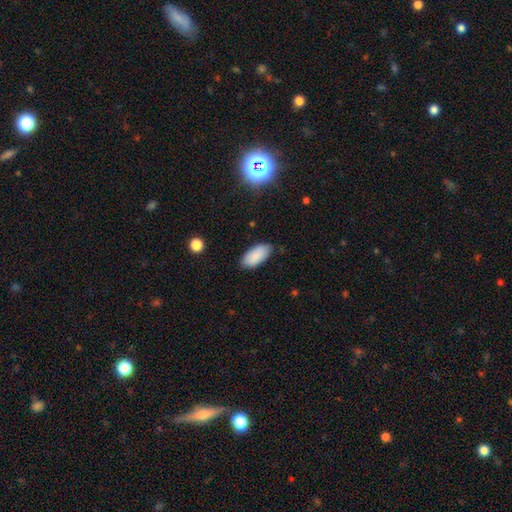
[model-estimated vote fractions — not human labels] smooth_or_featured: smooth (p=0.89) [alt: star or artifact p=0.07]
how_rounded: in between (p=0.92) [alt: cigar-shaped p=0.06]
merging: none (p=0.84) [alt: minor disturbance p=0.12]